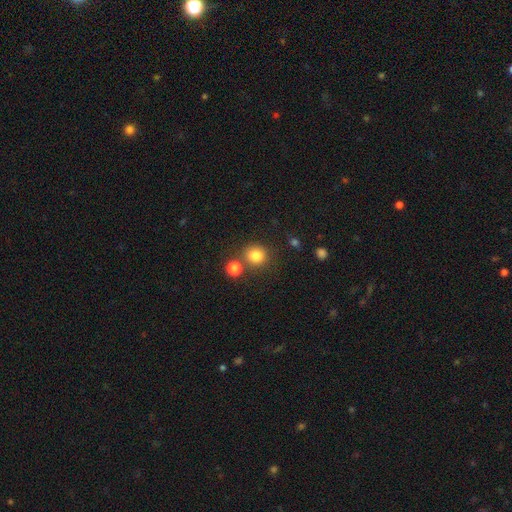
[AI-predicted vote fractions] The model was most divided on "merging": none: 74%, merger: 13%, minor disturbance: 10%, major disturbance: 4%. More confident: how rounded — round (87%); smooth or featured — smooth (82%).